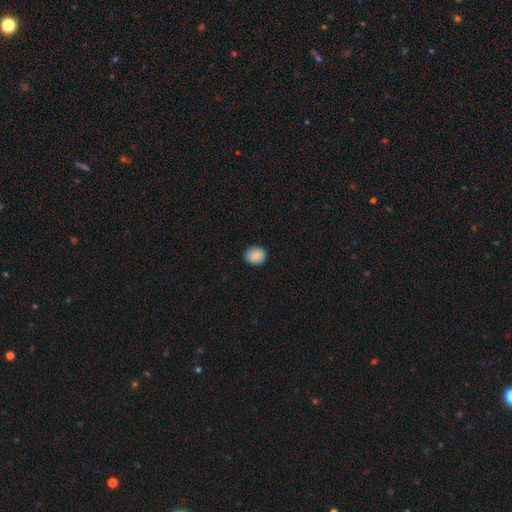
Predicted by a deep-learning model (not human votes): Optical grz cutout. It shows a smooth galaxy with no disk features (89%) that is round (70%). Merging: none (89%).